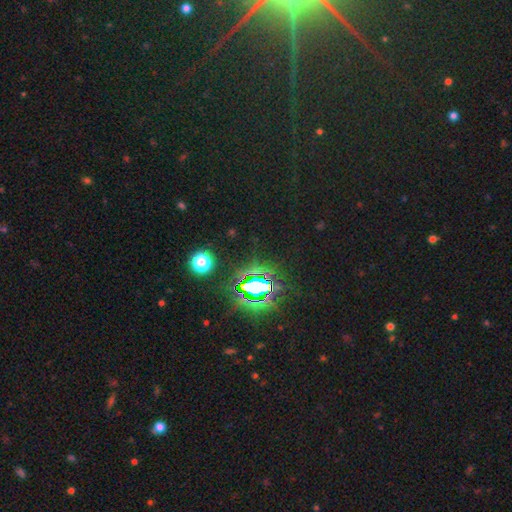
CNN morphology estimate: This is clearly a star or artifact rather than a galaxy (83%).